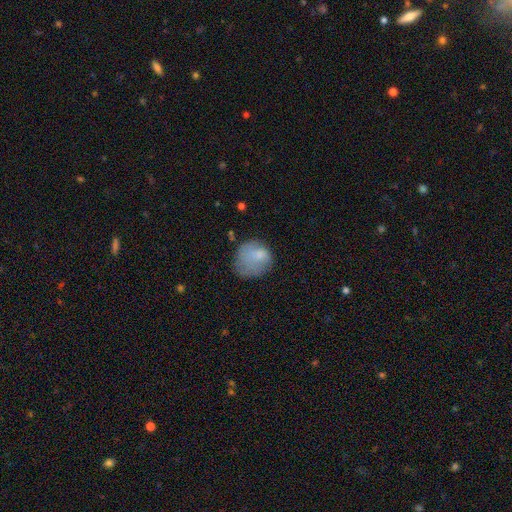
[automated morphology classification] type=smooth (76%); roundness=round (69%); merging=none (44%).